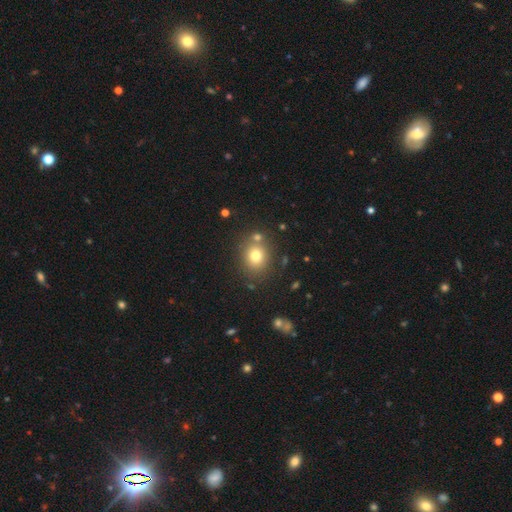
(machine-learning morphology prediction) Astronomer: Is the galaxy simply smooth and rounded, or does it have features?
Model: smooth — 75%.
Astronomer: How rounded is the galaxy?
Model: round — 73%.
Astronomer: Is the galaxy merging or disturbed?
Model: none — 76%.